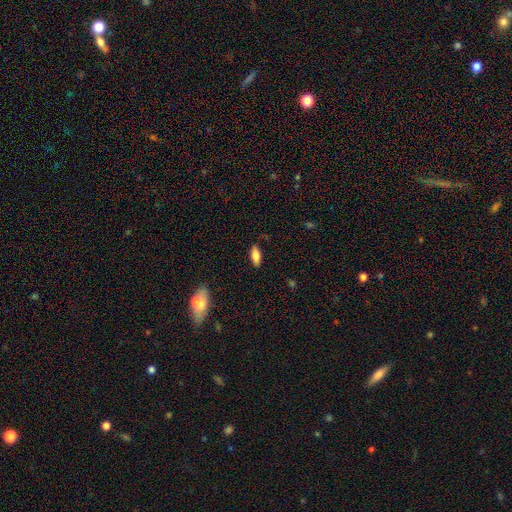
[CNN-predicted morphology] smooth_or_featured: smooth (p=0.75) [alt: featured or disk p=0.17]
how_rounded: in between (p=0.77) [alt: cigar-shaped p=0.20]
merging: none (p=0.87) [alt: minor disturbance p=0.10]